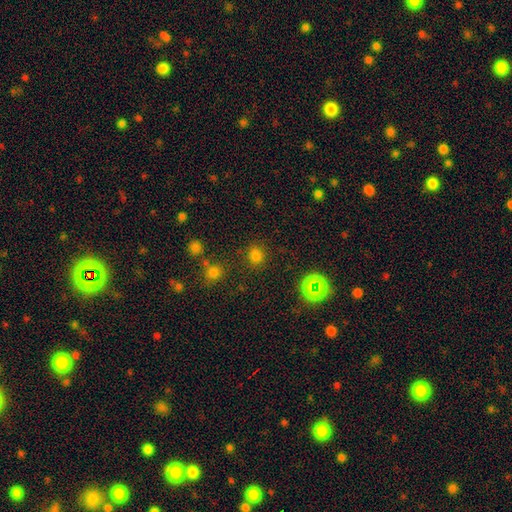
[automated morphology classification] Smooth or featured: smooth — 74% (star or artifact — 21%)
How rounded: round — 84% (in between — 15%)
Merging: none — 84% (minor disturbance — 8%)